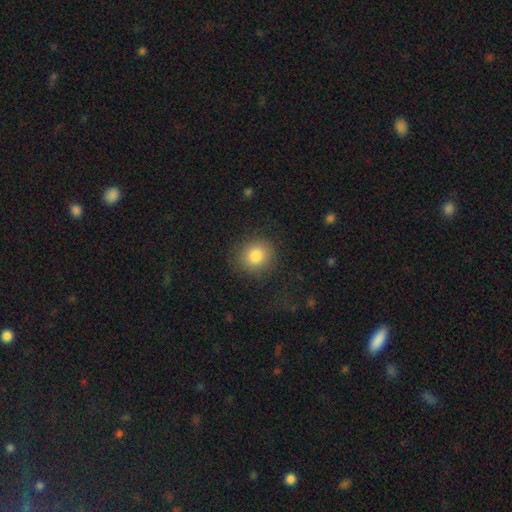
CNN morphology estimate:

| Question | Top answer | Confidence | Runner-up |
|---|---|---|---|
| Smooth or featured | smooth | 84% | star or artifact (10%) |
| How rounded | round | 86% | in between (13%) |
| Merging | none | 85% | minor disturbance (9%) |